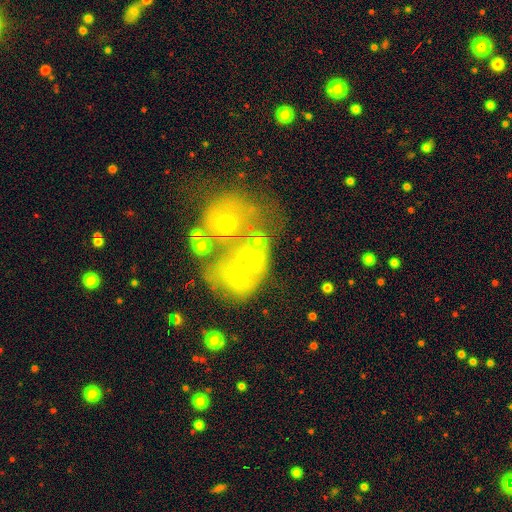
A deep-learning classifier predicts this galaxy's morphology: Smooth or featured: featured or disk — 48% (smooth — 35%)
Merging: merger — 42% (none — 24%)